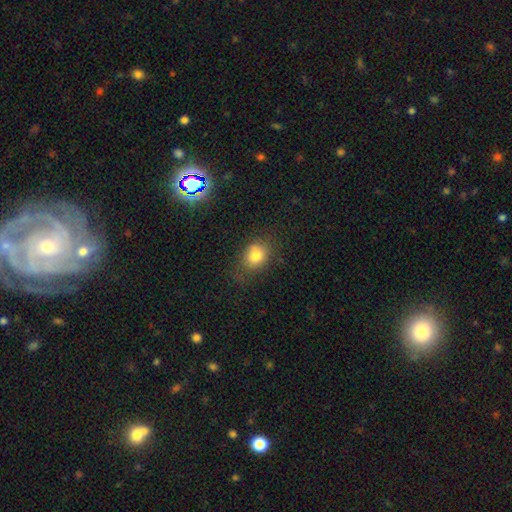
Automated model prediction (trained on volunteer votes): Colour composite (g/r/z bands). It shows a smooth galaxy with no disk features (79%) that is in between round and cigar-shaped (56%). Merging: none (67%).